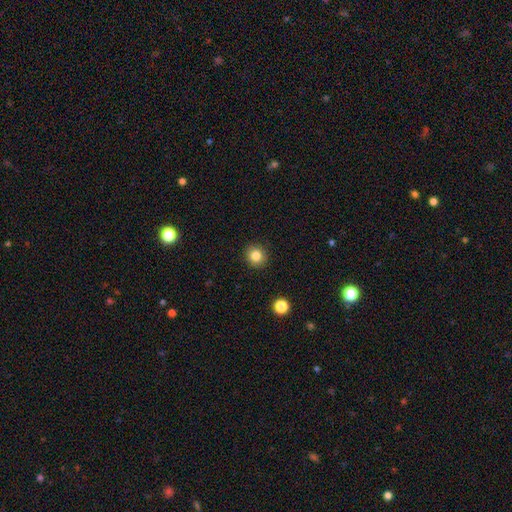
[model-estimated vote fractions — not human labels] smooth-or-featured: smooth: 82% | star or artifact: 11% | featured or disk: 6%
  how-rounded: round: 91% | in between: 9% | cigar-shaped: 1%
  merging: none: 92% | minor disturbance: 5% | major disturbance: 2% | merger: 1%